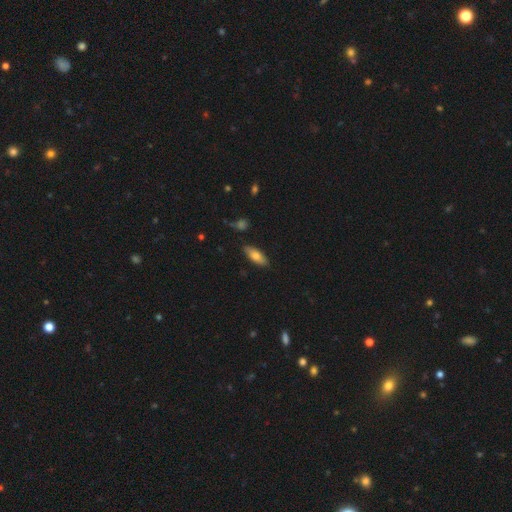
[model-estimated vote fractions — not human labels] This is likely a smooth galaxy (75%). How rounded: likely in between (73%). Merging: clearly none (85%).